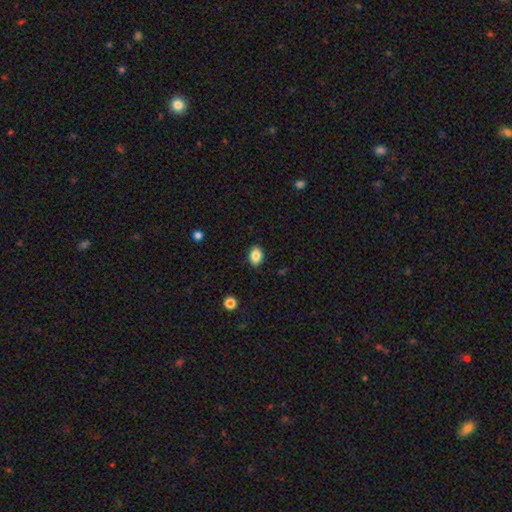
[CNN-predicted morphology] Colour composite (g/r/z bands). It shows a smooth galaxy with no disk features (86%) that is in between round and cigar-shaped (80%). Merging: none (88%).